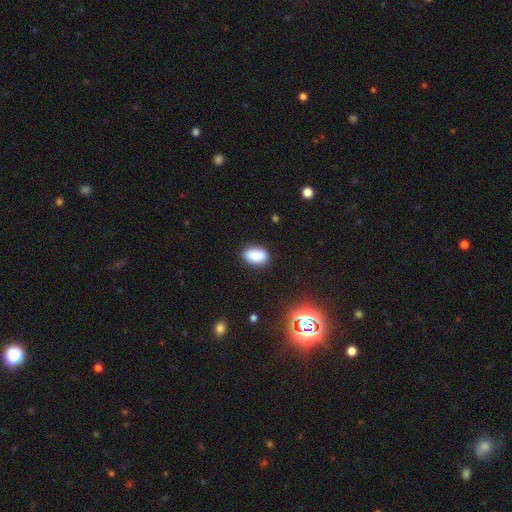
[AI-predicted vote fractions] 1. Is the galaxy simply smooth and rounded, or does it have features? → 86% smooth, 9% star or artifact, 5% featured or disk.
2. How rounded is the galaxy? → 89% in between, 9% round, 2% cigar-shaped.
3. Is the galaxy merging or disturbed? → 81% none, 14% minor disturbance, 3% major disturbance, 2% merger.